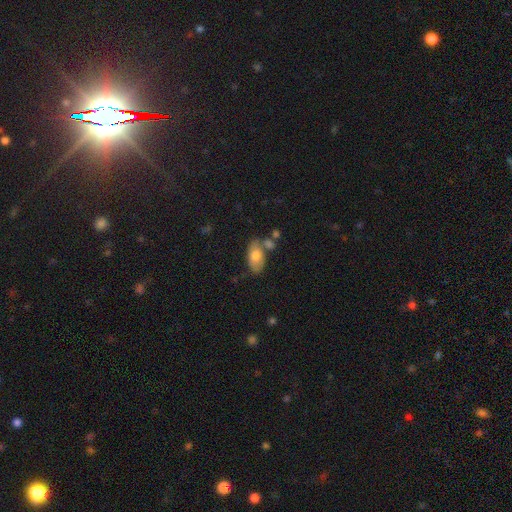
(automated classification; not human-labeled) Smooth or featured? Predicted: smooth (p=0.76). How rounded? Predicted: in between (p=0.92). Merging? Predicted: none (p=0.59).